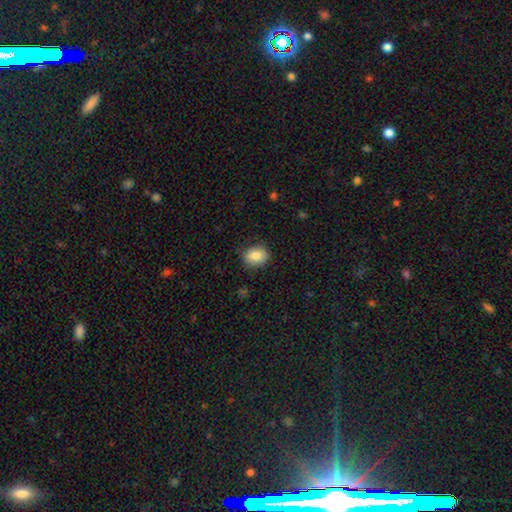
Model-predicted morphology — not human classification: smooth 82%, featured or disk 10%, star or artifact 8%. Down the decision tree: how rounded — round (51%); merging — none (85%).